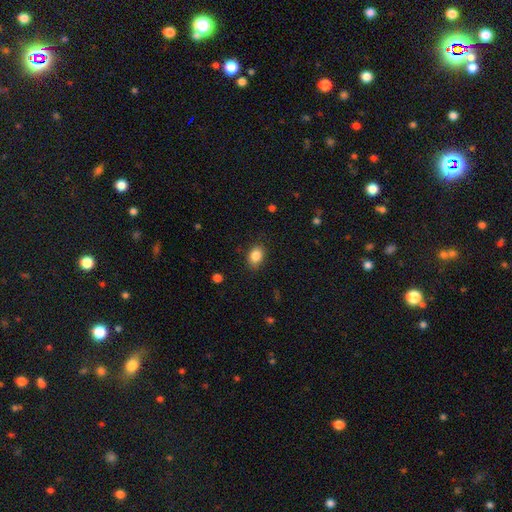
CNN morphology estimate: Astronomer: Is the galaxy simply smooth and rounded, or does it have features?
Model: smooth — 86%.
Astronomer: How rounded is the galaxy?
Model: in between — 74%.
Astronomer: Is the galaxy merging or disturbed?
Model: none — 83%.